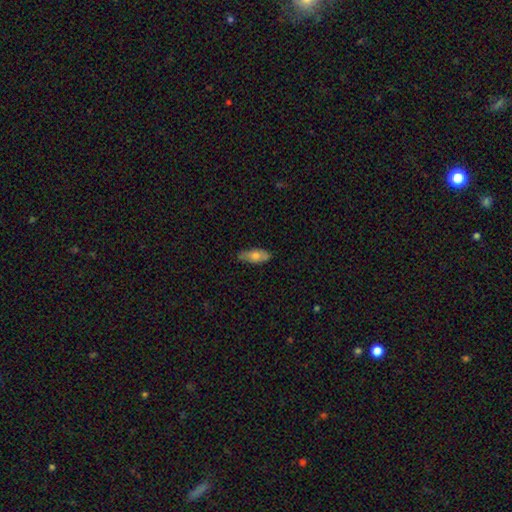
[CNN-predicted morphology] Smooth or featured?
  - smooth: 68% *
  - featured or disk: 26%
  - star or artifact: 6%
How rounded?
  - in between: 83% *
  - cigar-shaped: 14%
  - round: 3%
Merging?
  - none: 77% *
  - minor disturbance: 19%
  - major disturbance: 3%
  - merger: 1%